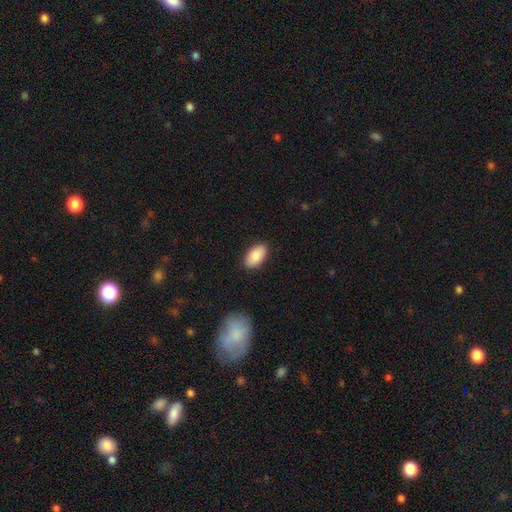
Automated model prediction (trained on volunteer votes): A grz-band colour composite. It shows a smooth galaxy with no disk features (87%) that is in between round and cigar-shaped (95%). Merging: none (88%).